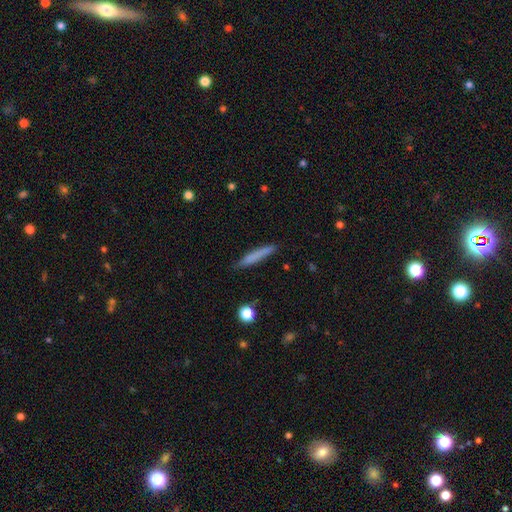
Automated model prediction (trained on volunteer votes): Q: Smooth or featured?
A: smooth (73%); runner-up: featured or disk (20%)
Q: How rounded?
A: cigar-shaped (94%); runner-up: in between (4%)
Q: Merging?
A: none (84%); runner-up: minor disturbance (12%)